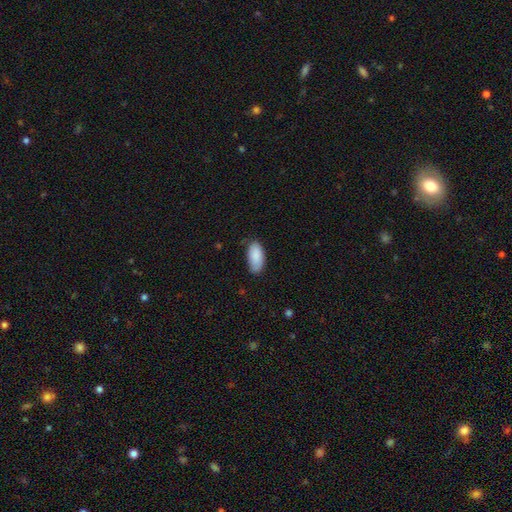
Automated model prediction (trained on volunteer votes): This is clearly a smooth galaxy (89%). How rounded: clearly in between (92%). Merging: likely none (77%).